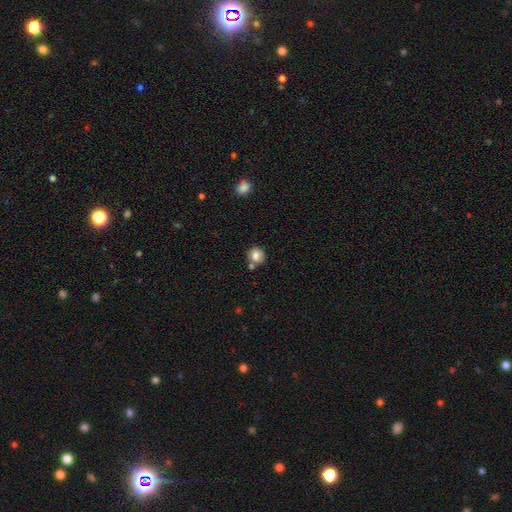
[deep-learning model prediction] A smooth galaxy with no disk features (81%) that is round (86%).

Vote fractions:
- Smooth or featured? smooth: 81% / star or artifact: 10% / featured or disk: 9%
- How rounded? round: 86% / in between: 13% / cigar-shaped: 1%
- Merging? none: 65% / merger: 20% / minor disturbance: 12% / major disturbance: 3%